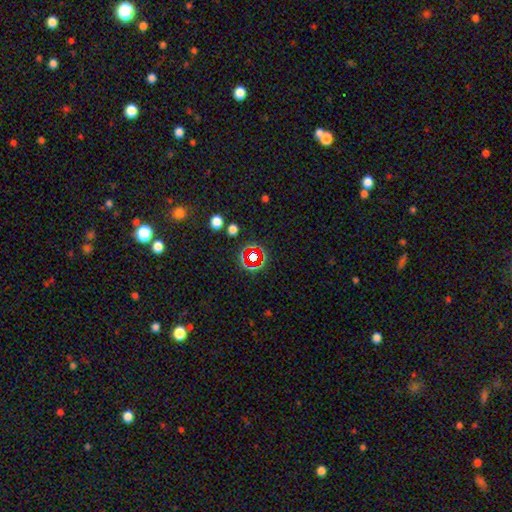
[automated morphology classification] smooth_or_featured: star or artifact (p=0.64) [alt: smooth p=0.24]